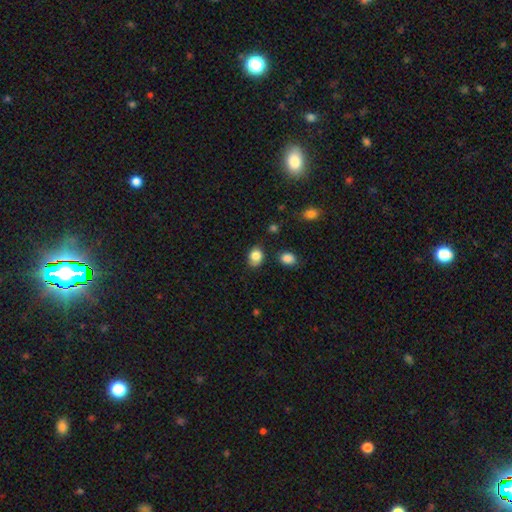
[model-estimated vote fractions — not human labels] This is clearly a smooth galaxy (83%). How rounded: possibly in between (55%). Merging: likely none (68%).